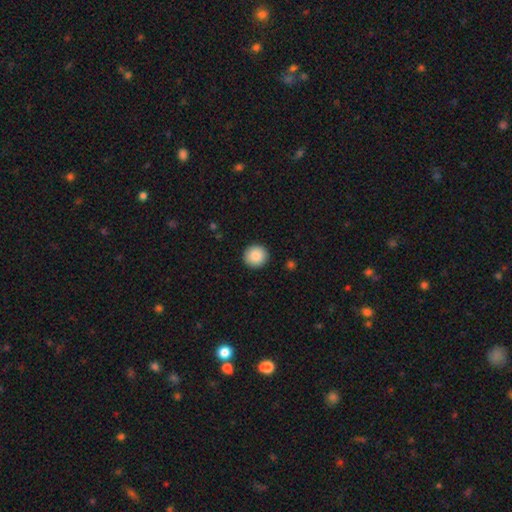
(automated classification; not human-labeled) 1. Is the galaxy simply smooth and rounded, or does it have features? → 89% smooth, 8% star or artifact, 3% featured or disk.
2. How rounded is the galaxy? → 94% round, 5% in between, 1% cigar-shaped.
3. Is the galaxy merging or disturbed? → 93% none, 5% minor disturbance, 2% major disturbance, 1% merger.